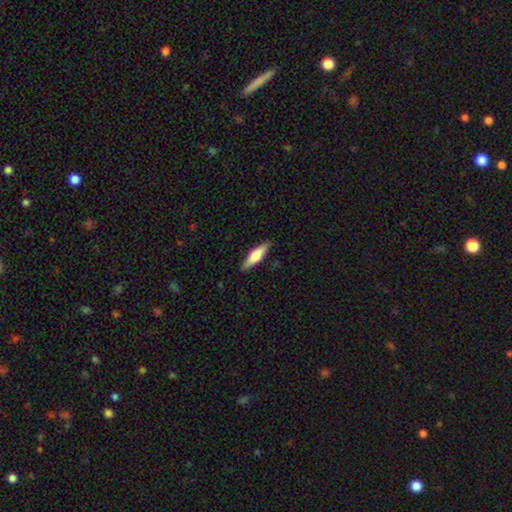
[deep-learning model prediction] The model was most divided on "smooth or featured": smooth: 56%, featured or disk: 38%, star or artifact: 6%. More confident: merging — none (88%); how rounded — cigar-shaped (62%).